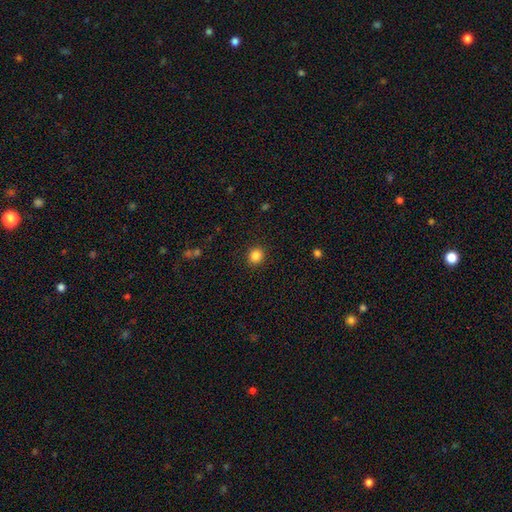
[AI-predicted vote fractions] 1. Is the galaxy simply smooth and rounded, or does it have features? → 85% smooth, 11% star or artifact, 4% featured or disk.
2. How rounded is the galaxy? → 87% round, 13% in between, 1% cigar-shaped.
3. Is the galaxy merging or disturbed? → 91% none, 6% minor disturbance, 2% major disturbance, 1% merger.